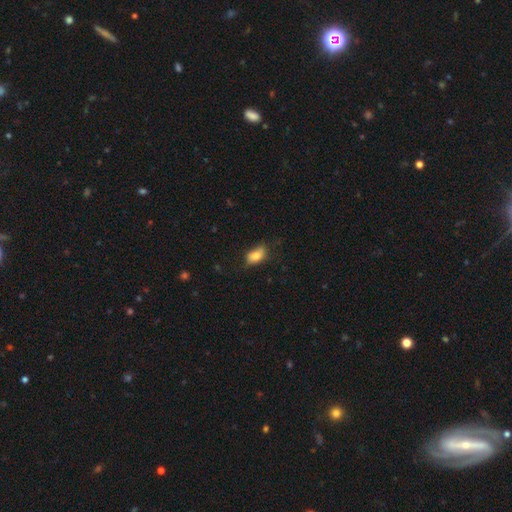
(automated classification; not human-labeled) Q: Smooth or featured?
A: smooth (82%); runner-up: featured or disk (10%)
Q: How rounded?
A: in between (88%); runner-up: round (8%)
Q: Merging?
A: none (63%); runner-up: minor disturbance (27%)